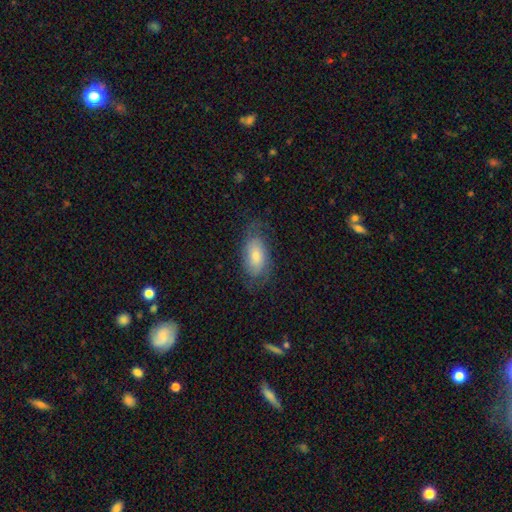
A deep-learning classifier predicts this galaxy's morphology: This is possibly a smooth galaxy (58%). How rounded: clearly in between (90%). Merging: likely none (66%).